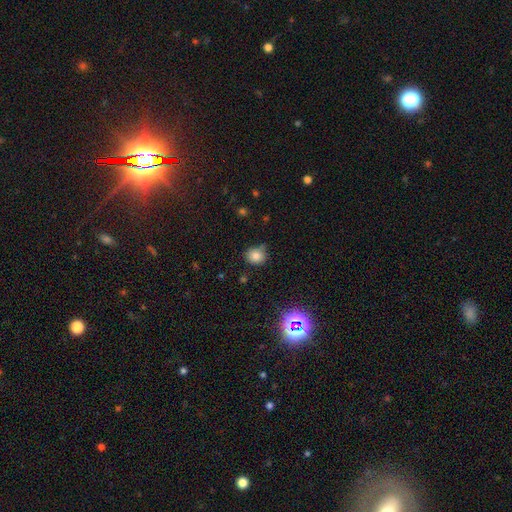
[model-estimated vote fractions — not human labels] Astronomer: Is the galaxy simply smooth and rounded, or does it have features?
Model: smooth — 80%.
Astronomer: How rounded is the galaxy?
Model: round — 78%.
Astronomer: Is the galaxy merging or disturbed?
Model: none — 71%.